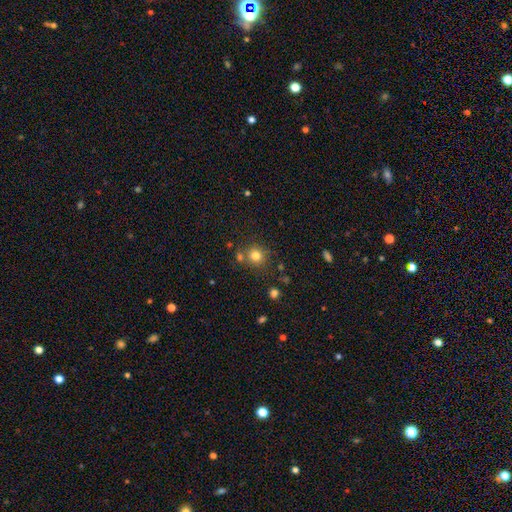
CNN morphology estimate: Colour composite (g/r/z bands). It shows a smooth galaxy with no disk features (79%) that is round (88%). Merging: none (73%).